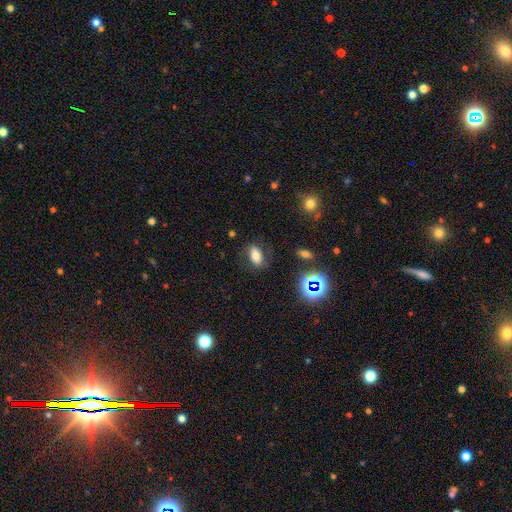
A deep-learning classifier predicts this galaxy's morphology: Smooth or featured?
  - smooth: 68% *
  - star or artifact: 16%
  - featured or disk: 16%
How rounded?
  - in between: 86% *
  - round: 9%
  - cigar-shaped: 4%
Merging?
  - none: 78% *
  - minor disturbance: 14%
  - major disturbance: 6%
  - merger: 2%